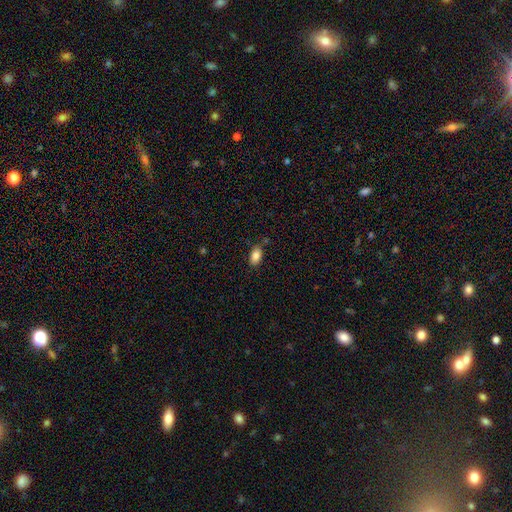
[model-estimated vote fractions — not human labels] A smooth galaxy with no disk features (85%) that is in between round and cigar-shaped (91%).

Vote fractions:
- Smooth or featured? smooth: 85% / star or artifact: 8% / featured or disk: 7%
- How rounded? in between: 91% / round: 7% / cigar-shaped: 3%
- Merging? none: 81% / minor disturbance: 13% / merger: 3% / major disturbance: 3%